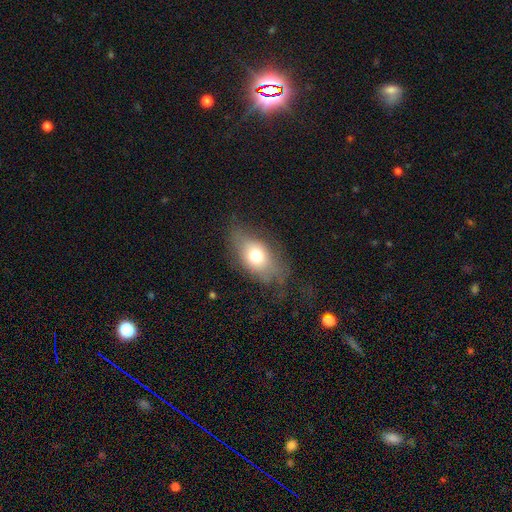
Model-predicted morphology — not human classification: Smooth or featured? Predicted: smooth (p=0.66). How rounded? Predicted: in between (p=0.82). Merging? Predicted: none (p=0.55).